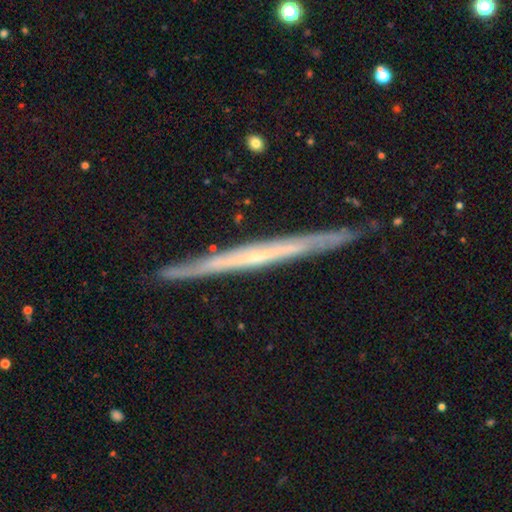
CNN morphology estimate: The model was most divided on "edge-on bulge": none: 75%, rounded: 21%, boxy: 4%. More confident: edge-on disk — yes (96%); merging — none (89%); smooth or featured — featured or disk (74%).